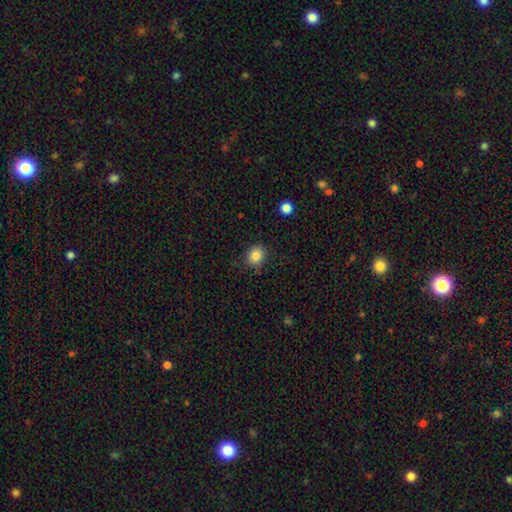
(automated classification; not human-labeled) Smooth or featured? Predicted: smooth (p=0.85). How rounded? Predicted: round (p=0.67). Merging? Predicted: none (p=0.85).